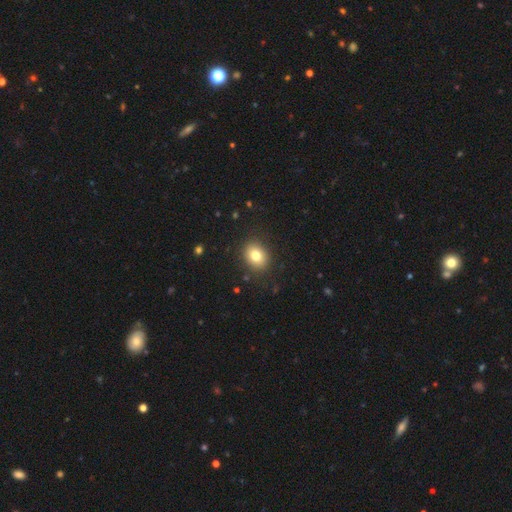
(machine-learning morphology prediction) Smooth or featured? Predicted: smooth (p=0.80). How rounded? Predicted: round (p=0.56). Merging? Predicted: none (p=0.88).